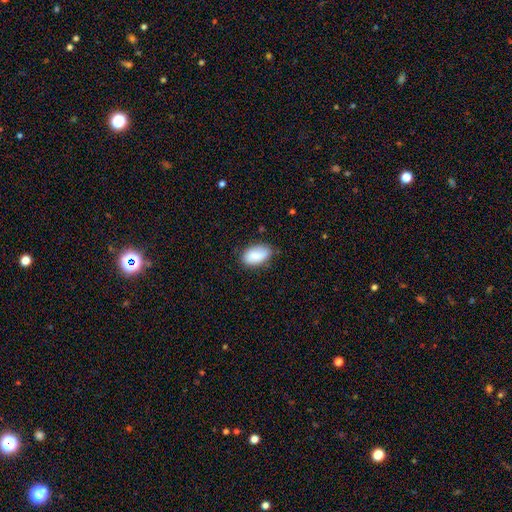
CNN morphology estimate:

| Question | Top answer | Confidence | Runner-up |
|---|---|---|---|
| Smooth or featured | smooth | 83% | featured or disk (10%) |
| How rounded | in between | 93% | round (5%) |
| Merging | none | 73% | minor disturbance (22%) |